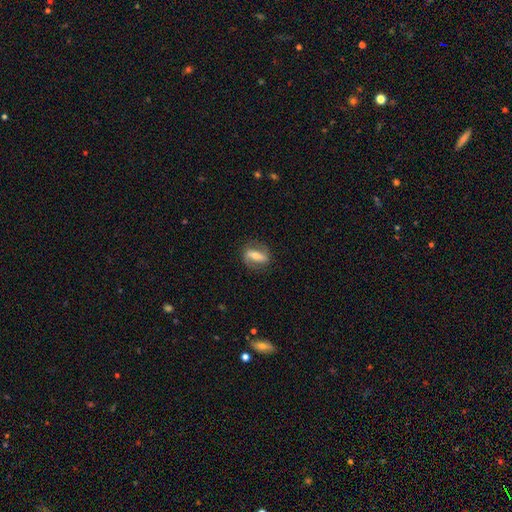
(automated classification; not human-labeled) Smooth or featured?
  - featured or disk: 67% *
  - smooth: 26%
  - star or artifact: 7%
Edge-on disk?
  - no: 86% *
  - yes: 14%
Bar?
  - strong: 59% *
  - weak: 25%
  - no: 16%
Spiral arms?
  - yes: 78% *
  - no: 22%
Bulge size?
  - moderate: 56% *
  - small: 34%
  - large: 6%
  - none: 2%
  - dominant: 1%
Merging?
  - none: 80% *
  - minor disturbance: 14%
  - major disturbance: 5%
  - merger: 1%